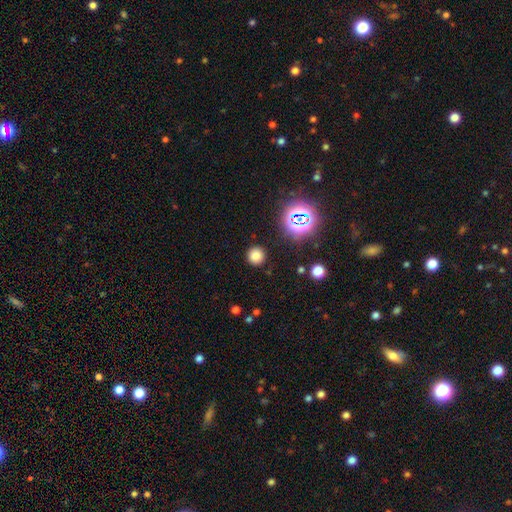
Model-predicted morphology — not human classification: Smooth or featured: smooth — 75% (star or artifact — 19%)
How rounded: round — 94% (in between — 5%)
Merging: none — 90% (minor disturbance — 6%)